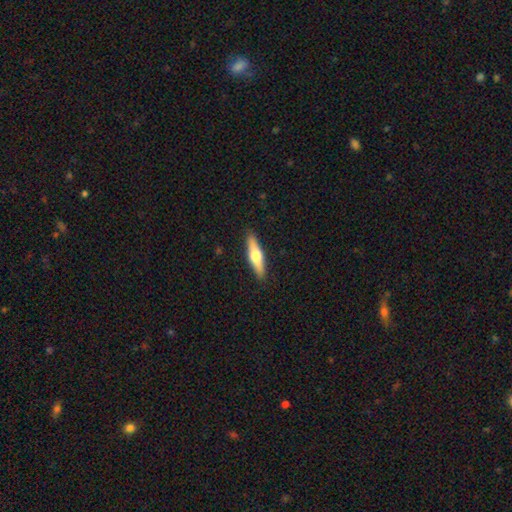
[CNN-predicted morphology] Q: Smooth or featured?
A: featured or disk (49%); runner-up: smooth (45%)
Q: Merging?
A: none (90%); runner-up: minor disturbance (7%)